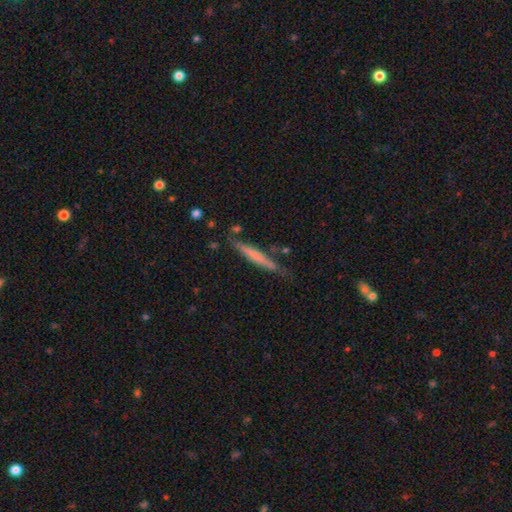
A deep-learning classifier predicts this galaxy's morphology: Smooth or featured?
  - smooth: 51% *
  - featured or disk: 43%
  - star or artifact: 6%
How rounded?
  - cigar-shaped: 95% *
  - in between: 3%
  - round: 2%
Merging?
  - none: 78% *
  - minor disturbance: 15%
  - merger: 4%
  - major disturbance: 3%